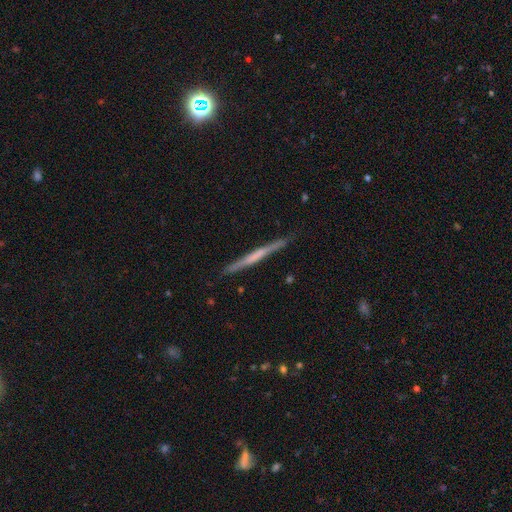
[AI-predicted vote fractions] Smooth or featured: featured or disk — 58% (smooth — 37%)
Edge-on disk: yes — 98% (no — 2%)
Edge-on bulge: none — 76% (rounded — 15%)
Merging: none — 89% (minor disturbance — 8%)